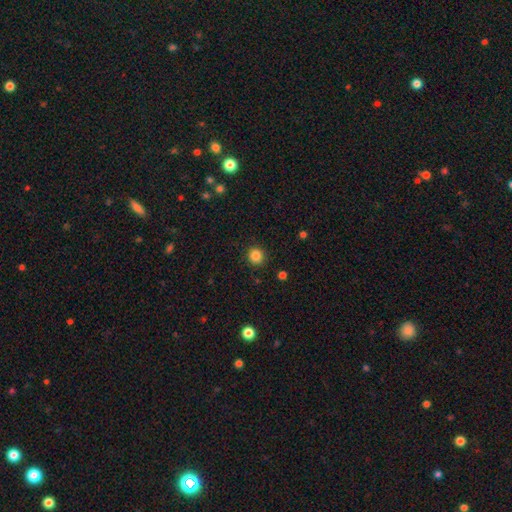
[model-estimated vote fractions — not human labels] smooth-or-featured: smooth: 85% | star or artifact: 11% | featured or disk: 4%
  how-rounded: round: 90% | in between: 9% | cigar-shaped: 1%
  merging: none: 90% | minor disturbance: 6% | major disturbance: 2% | merger: 1%